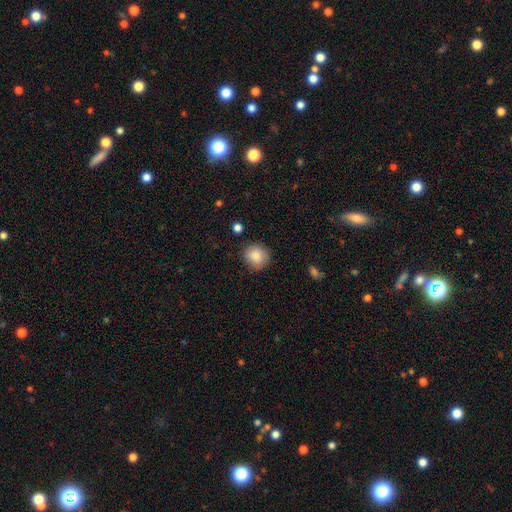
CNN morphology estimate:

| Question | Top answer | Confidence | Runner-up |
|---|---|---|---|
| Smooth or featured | smooth | 86% | star or artifact (8%) |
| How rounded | round | 85% | in between (14%) |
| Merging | none | 83% | minor disturbance (12%) |